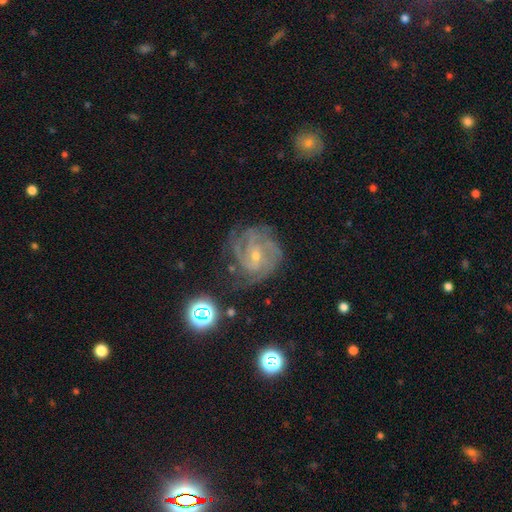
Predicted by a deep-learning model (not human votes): This appears to be a featured or disk galaxy (86%) with no bar (49%), 3 (32%) tight (60%) spiral arms (97%) and a small central bulge (70%). Merging: none (69%).